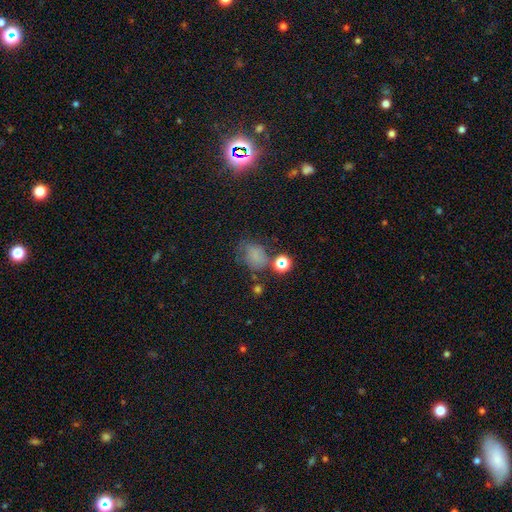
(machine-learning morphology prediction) smooth_or_featured: smooth (p=0.61) [alt: star or artifact p=0.23]
how_rounded: in between (p=0.50) [alt: round p=0.49]
merging: none (p=0.46) [alt: minor disturbance p=0.25]